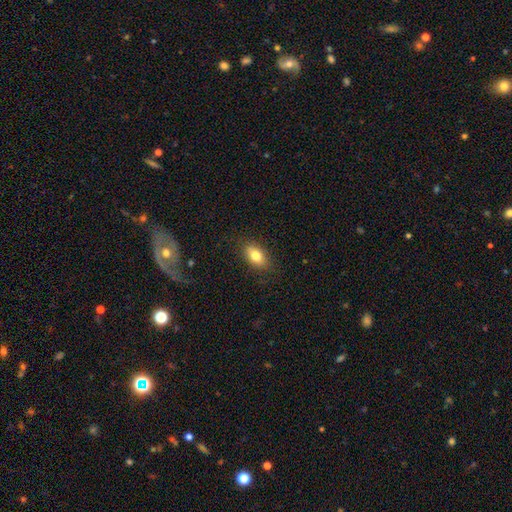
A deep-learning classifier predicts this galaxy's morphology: This appears to be a smooth galaxy with no disk features (79%) that is in between round and cigar-shaped (87%). Merging: none (86%).